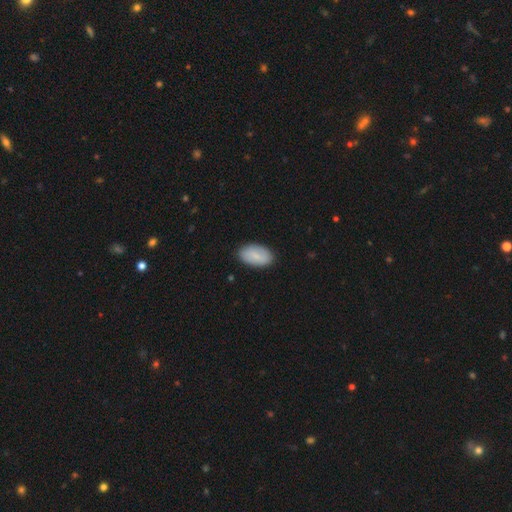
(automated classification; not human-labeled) smooth 79%, featured or disk 15%, star or artifact 6%. Down the decision tree: how rounded — in between (94%); merging — none (86%).